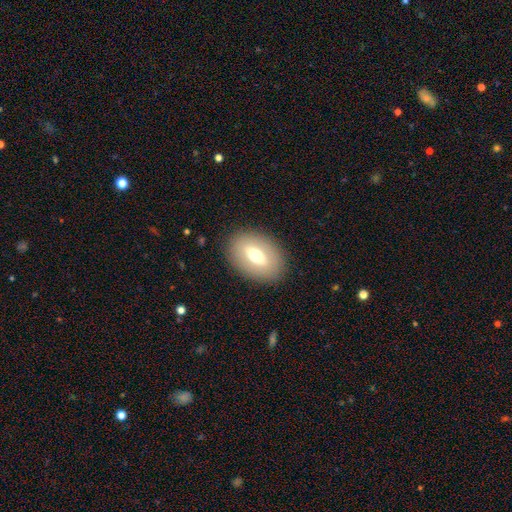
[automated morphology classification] type=smooth (61%); roundness=in between (85%); merging=none (86%).